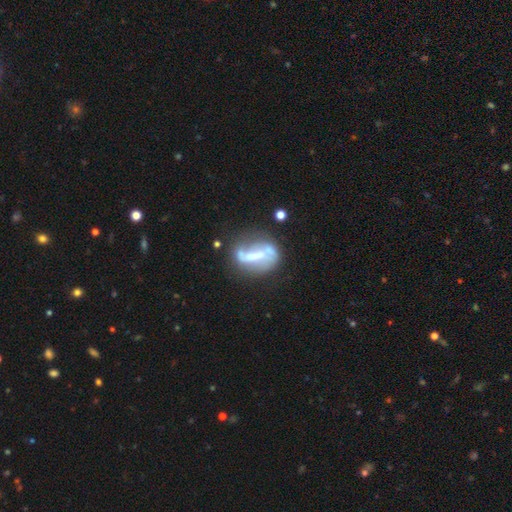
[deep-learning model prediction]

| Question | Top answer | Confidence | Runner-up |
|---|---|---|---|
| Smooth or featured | featured or disk | 68% | smooth (22%) |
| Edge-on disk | no | 93% | yes (7%) |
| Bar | strong | 41% | no (31%) |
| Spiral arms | yes | 50% | tied: no (50%) |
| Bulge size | small | 39% | moderate (32%) |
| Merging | none | 42% | minor disturbance (21%) |